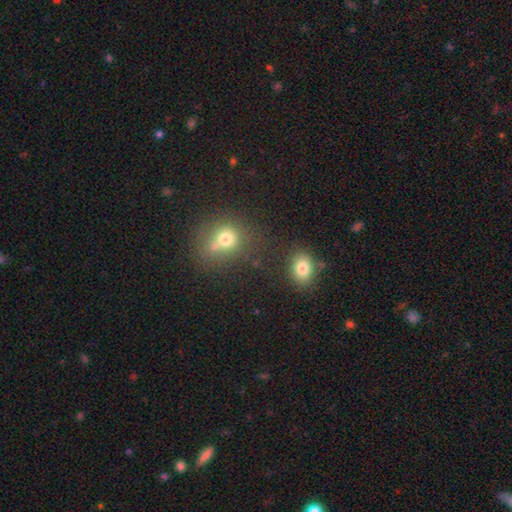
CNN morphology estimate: Smooth or featured? Predicted: smooth (p=0.60). How rounded? Predicted: round (p=0.62). Merging? Predicted: none (p=0.57).